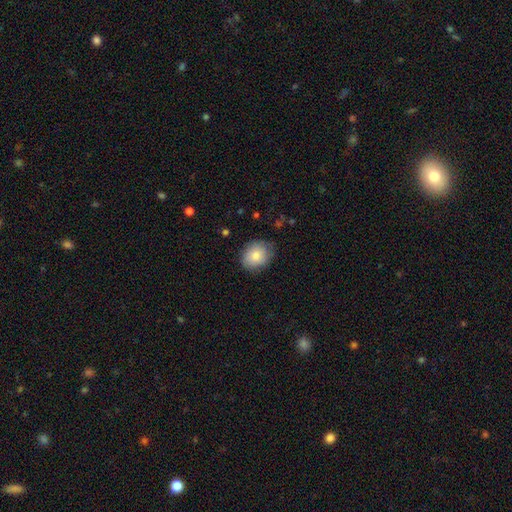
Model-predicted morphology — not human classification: Smooth or featured?
  - smooth: 83% *
  - featured or disk: 9%
  - star or artifact: 8%
How rounded?
  - round: 60% *
  - in between: 39%
  - cigar-shaped: 1%
Merging?
  - none: 78% *
  - minor disturbance: 17%
  - major disturbance: 3%
  - merger: 1%